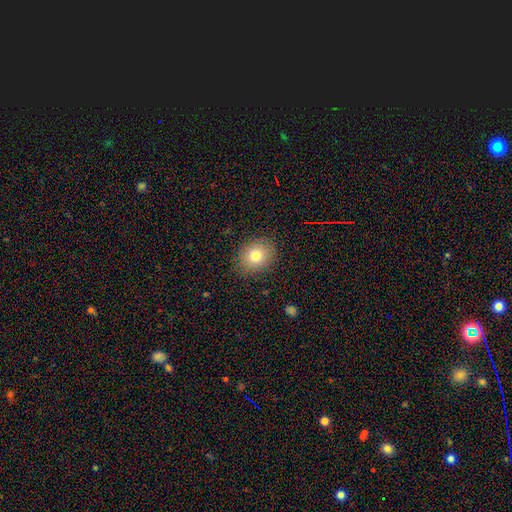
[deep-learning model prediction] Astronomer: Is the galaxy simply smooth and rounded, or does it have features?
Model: smooth — 78%.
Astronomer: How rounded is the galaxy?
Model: round — 66%.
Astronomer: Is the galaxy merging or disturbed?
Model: none — 86%.